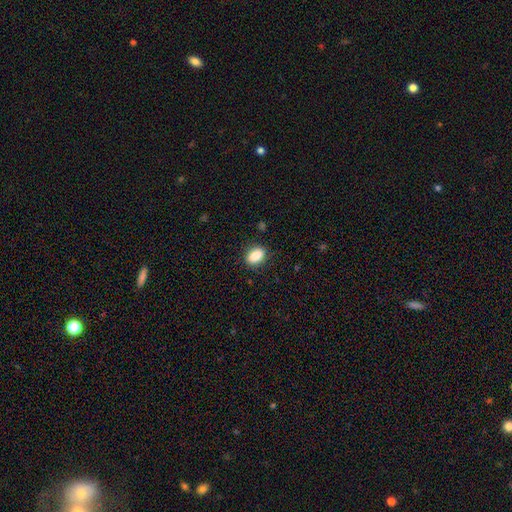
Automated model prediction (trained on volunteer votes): Smooth or featured? smooth (87%)
How rounded? in between (83%)
Merging? none (85%)